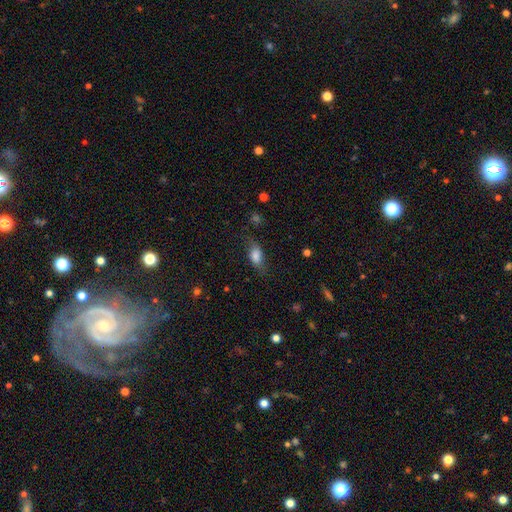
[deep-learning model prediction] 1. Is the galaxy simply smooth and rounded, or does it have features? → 77% smooth, 15% featured or disk, 8% star or artifact.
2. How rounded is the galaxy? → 83% in between, 10% cigar-shaped, 7% round.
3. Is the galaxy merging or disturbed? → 67% none, 23% minor disturbance, 9% major disturbance, 2% merger.